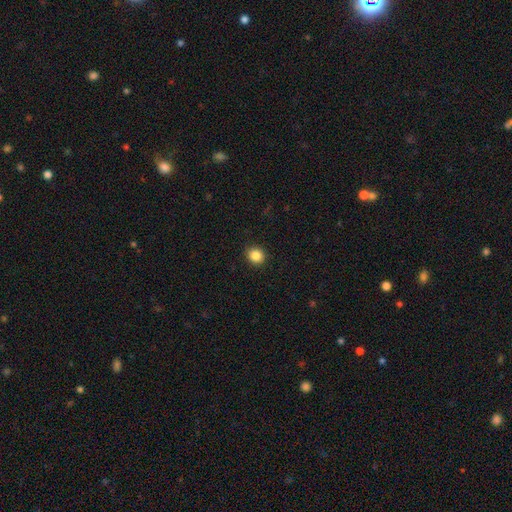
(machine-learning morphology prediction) The model was most divided on "how rounded": round: 85%, in between: 14%, cigar-shaped: 1%. More confident: merging — none (92%); smooth or featured — smooth (86%).